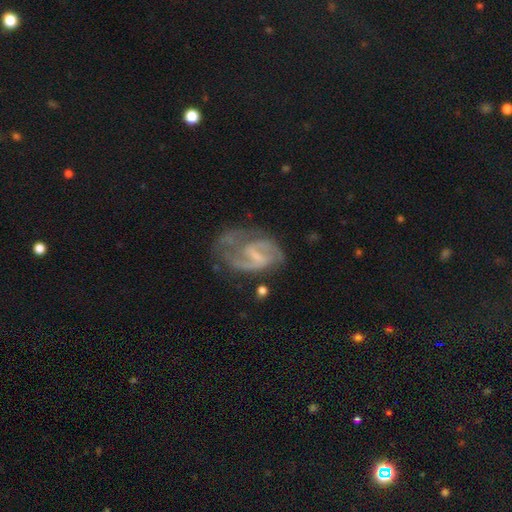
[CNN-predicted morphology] Overall: featured or disk (83%). Edge-on disk: no (97%). Bar: weak (55%; strong 24%). Spiral arms: yes (89%). Spiral arm count: 2 (70%). Spiral winding: medium (50%; loose 29%). Bulge size: small (45%; none 34%). Merging: none (44%; major disturbance 28%).